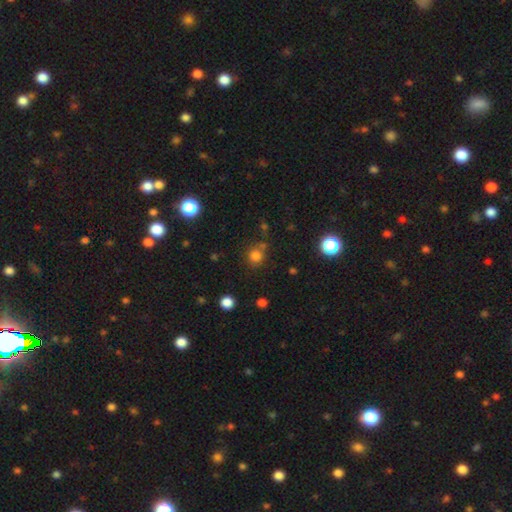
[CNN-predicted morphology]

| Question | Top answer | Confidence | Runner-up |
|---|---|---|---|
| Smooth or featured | smooth | 77% | star or artifact (17%) |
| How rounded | round | 88% | in between (11%) |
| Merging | none | 72% | merger (13%) |